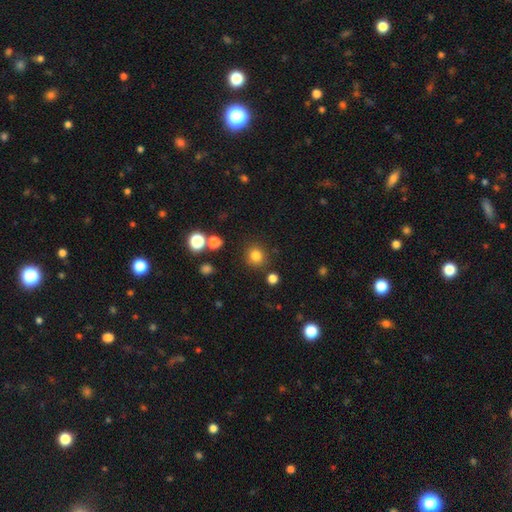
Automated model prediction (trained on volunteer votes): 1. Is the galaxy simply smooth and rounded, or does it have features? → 82% smooth, 13% star or artifact, 5% featured or disk.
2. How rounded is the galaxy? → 88% round, 11% in between, 1% cigar-shaped.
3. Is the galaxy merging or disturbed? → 86% none, 8% minor disturbance, 4% merger, 3% major disturbance.